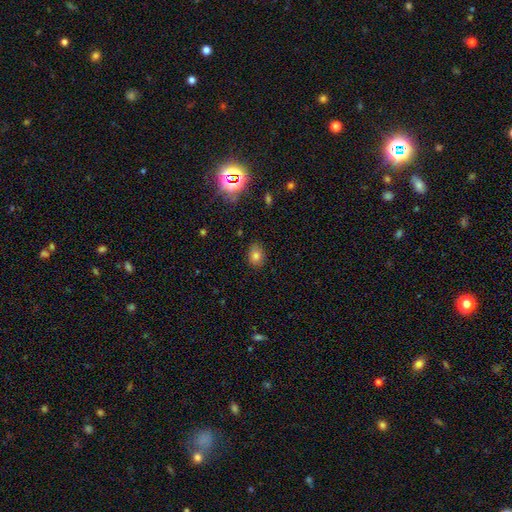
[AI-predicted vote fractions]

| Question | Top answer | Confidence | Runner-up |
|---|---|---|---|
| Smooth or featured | smooth | 76% | star or artifact (15%) |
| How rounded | in between | 61% | round (38%) |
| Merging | none | 84% | minor disturbance (12%) |